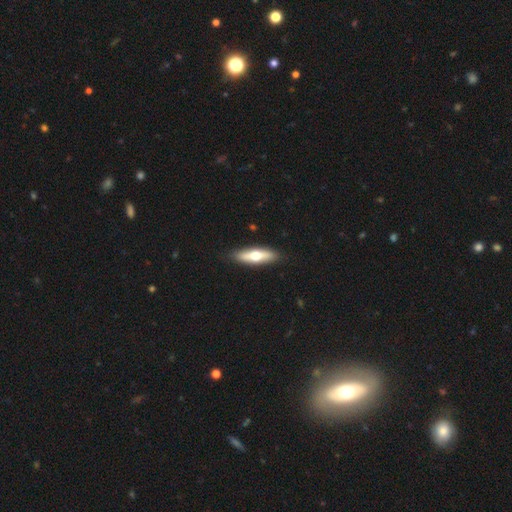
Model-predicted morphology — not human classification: This is possibly a smooth galaxy (54%). How rounded: likely cigar-shaped (61%). Merging: clearly none (89%).